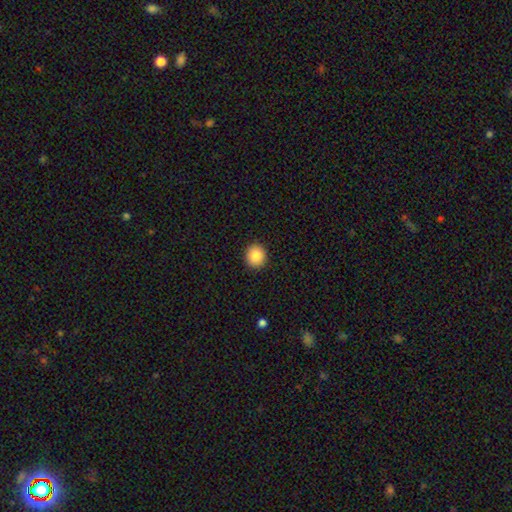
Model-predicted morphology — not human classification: A smooth galaxy with no disk features (87%) that is round (87%). Merging: none (92%).